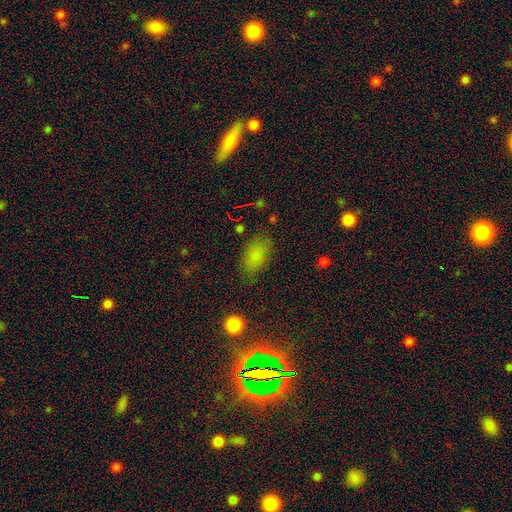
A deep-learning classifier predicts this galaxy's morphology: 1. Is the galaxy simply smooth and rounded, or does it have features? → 78% smooth, 15% star or artifact, 7% featured or disk.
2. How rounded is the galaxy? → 90% in between, 8% round, 3% cigar-shaped.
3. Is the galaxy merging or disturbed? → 79% none, 14% minor disturbance, 5% major disturbance, 2% merger.